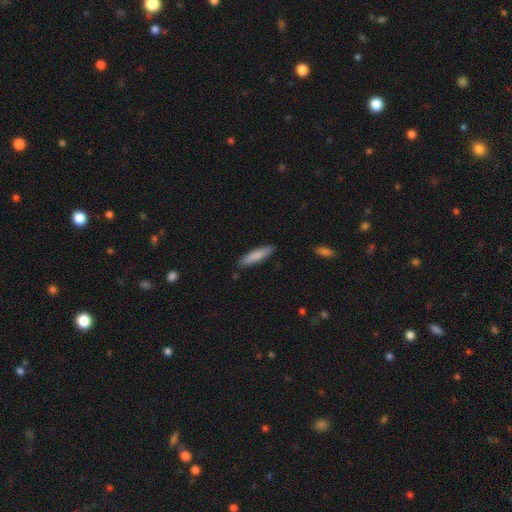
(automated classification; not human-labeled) Morphology: type=smooth (83%); roundness=cigar-shaped (80%); merging=none (87%).